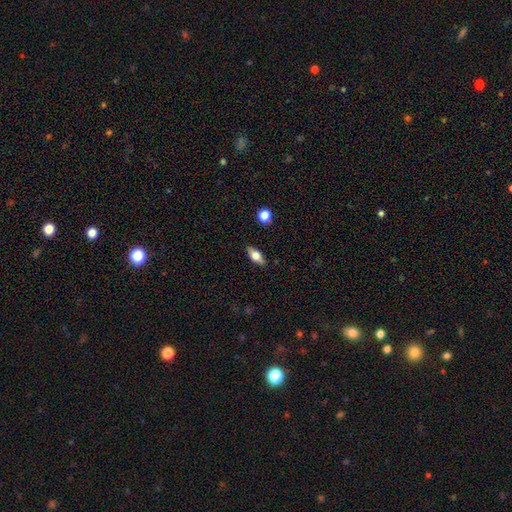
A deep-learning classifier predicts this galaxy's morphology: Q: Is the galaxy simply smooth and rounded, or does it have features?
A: smooth — 62%.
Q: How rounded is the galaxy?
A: in between — 78%.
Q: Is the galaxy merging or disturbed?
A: none — 87%.